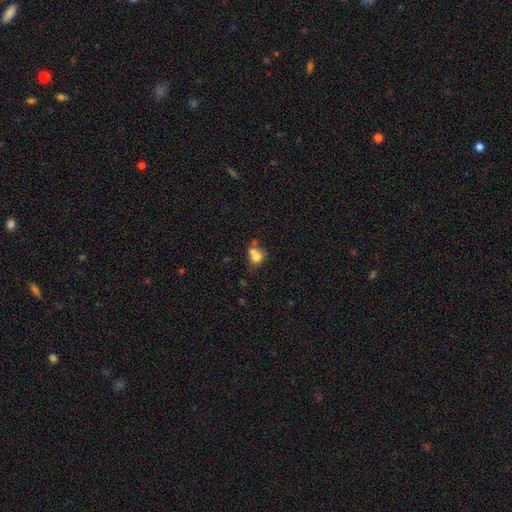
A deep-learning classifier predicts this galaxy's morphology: This is likely a smooth galaxy (73%). How rounded: likely round (63%). Merging: possibly merger (47%).